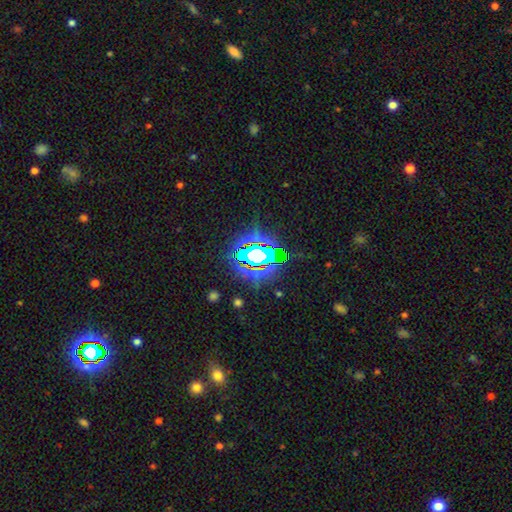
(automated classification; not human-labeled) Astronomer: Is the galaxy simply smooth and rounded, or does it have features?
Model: star or artifact — 69%.